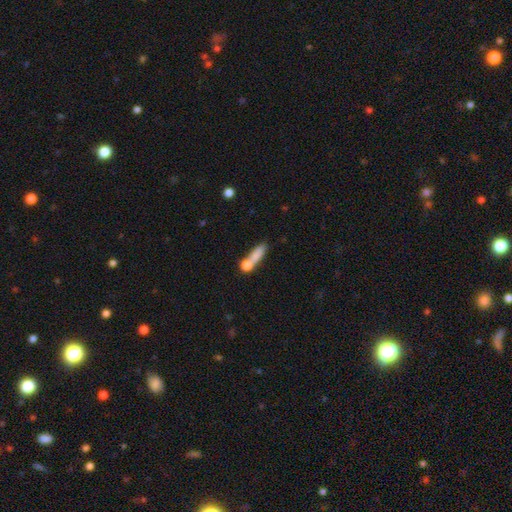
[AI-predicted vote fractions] Smooth or featured? Predicted: smooth (p=0.75). How rounded? Predicted: cigar-shaped (p=0.56). Merging? Predicted: none (p=0.44).